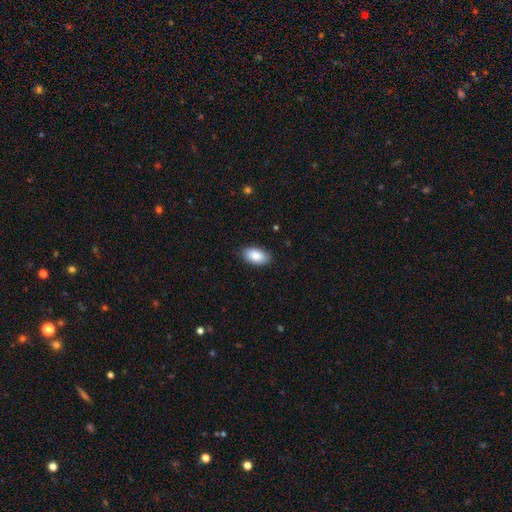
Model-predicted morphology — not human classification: type=smooth (88%); roundness=in between (95%); merging=none (87%).